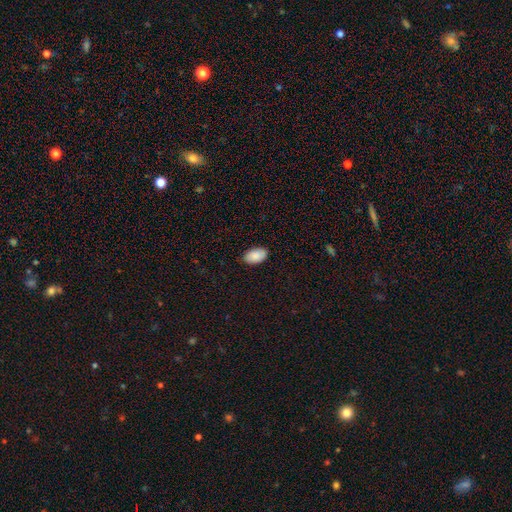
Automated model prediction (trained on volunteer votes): A smooth galaxy with no disk features (88%) that is in between round and cigar-shaped (95%). Merging: none (87%).